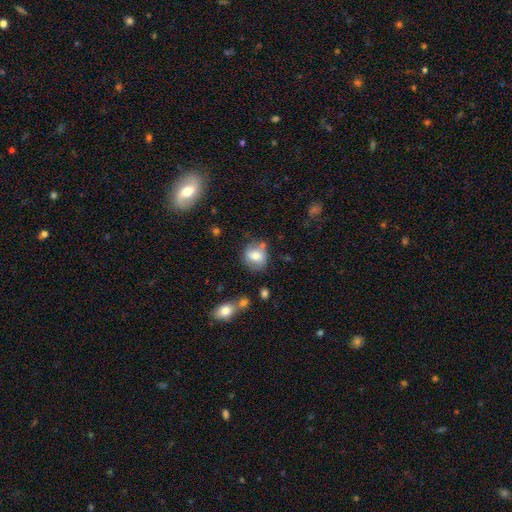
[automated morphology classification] The model was most divided on "how rounded": round: 69%, in between: 29%, cigar-shaped: 1%. More confident: smooth or featured — smooth (70%); merging — none (64%).